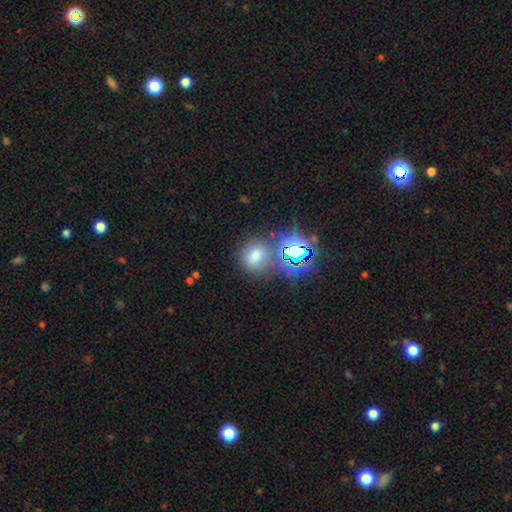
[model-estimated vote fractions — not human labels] smooth 54%, star or artifact 37%, featured or disk 9%. Down the decision tree: how rounded — round (69%); merging — none (67%).